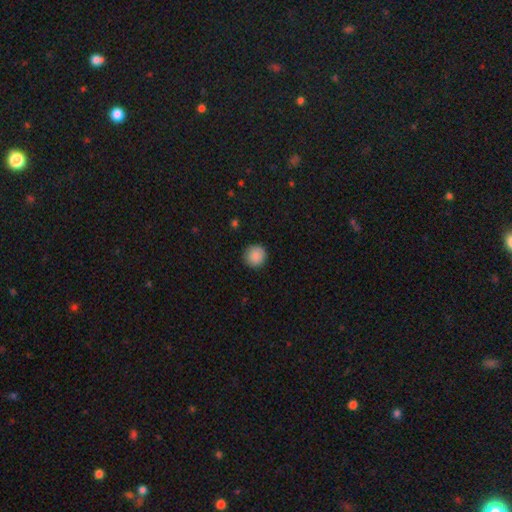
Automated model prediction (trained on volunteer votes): This is clearly a smooth galaxy (88%). How rounded: clearly round (94%). Merging: clearly none (91%).